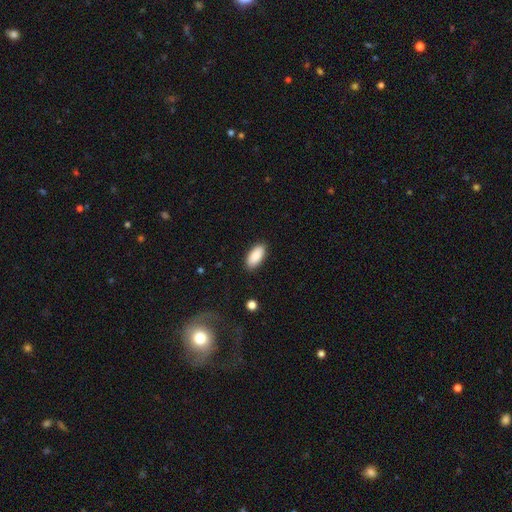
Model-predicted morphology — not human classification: A smooth galaxy with no disk features (89%) that is in between round and cigar-shaped (89%).

Vote fractions:
- Smooth or featured? smooth: 89% / star or artifact: 6% / featured or disk: 5%
- How rounded? in between: 89% / cigar-shaped: 9% / round: 2%
- Merging? none: 88% / minor disturbance: 8% / major disturbance: 2% / merger: 1%